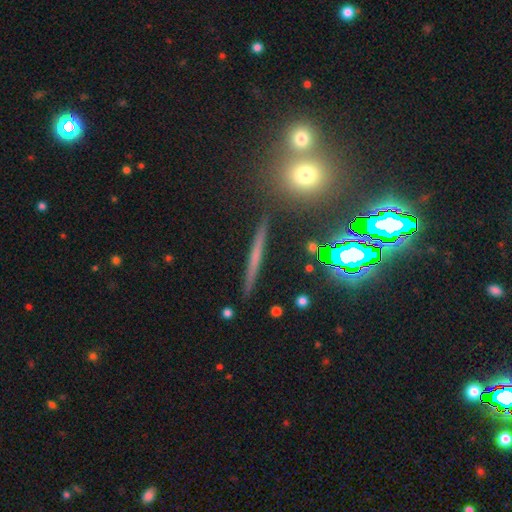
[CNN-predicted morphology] Smooth or featured: featured or disk — 46% (smooth — 34%)
Merging: none — 89% (minor disturbance — 7%)